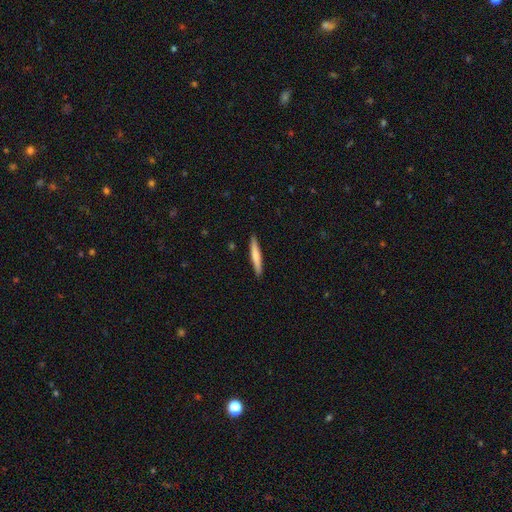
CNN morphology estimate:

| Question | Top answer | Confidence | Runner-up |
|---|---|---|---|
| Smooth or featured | smooth | 66% | featured or disk (29%) |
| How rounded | cigar-shaped | 94% | in between (5%) |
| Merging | none | 91% | minor disturbance (6%) |